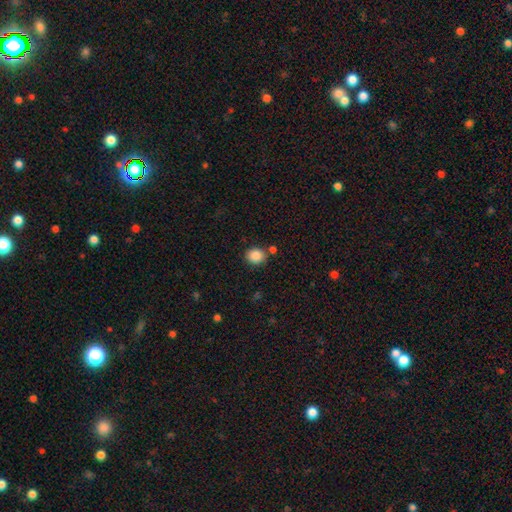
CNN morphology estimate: Smooth or featured? Predicted: smooth (p=0.87). How rounded? Predicted: round (p=0.69). Merging? Predicted: none (p=0.78).